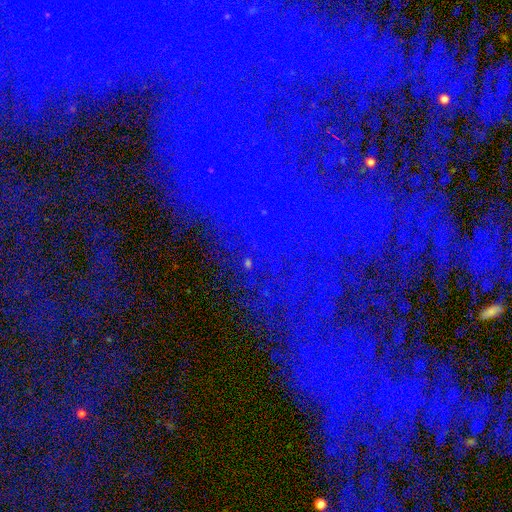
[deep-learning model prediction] Q: Smooth or featured?
A: star or artifact (82%); runner-up: featured or disk (9%)